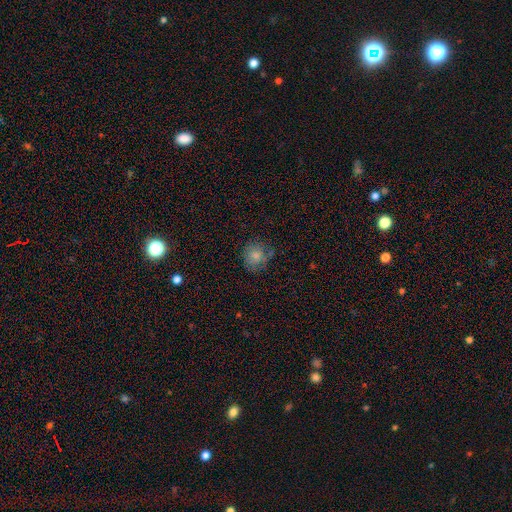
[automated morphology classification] A smooth galaxy with no disk features (78%) that is round (84%). Merging: none (67%).